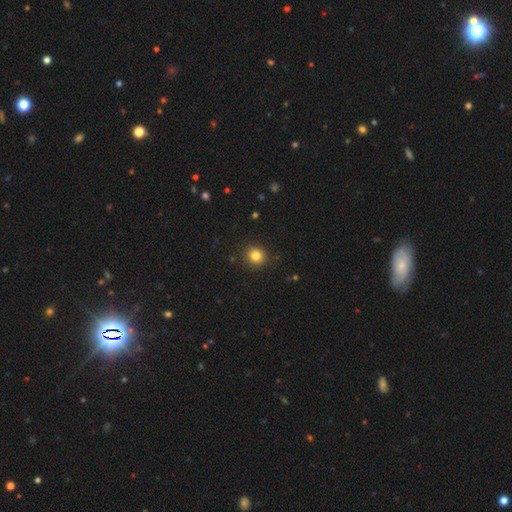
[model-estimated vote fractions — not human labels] smooth 82%, star or artifact 12%, featured or disk 6%. Down the decision tree: how rounded — round (88%); merging — none (91%).